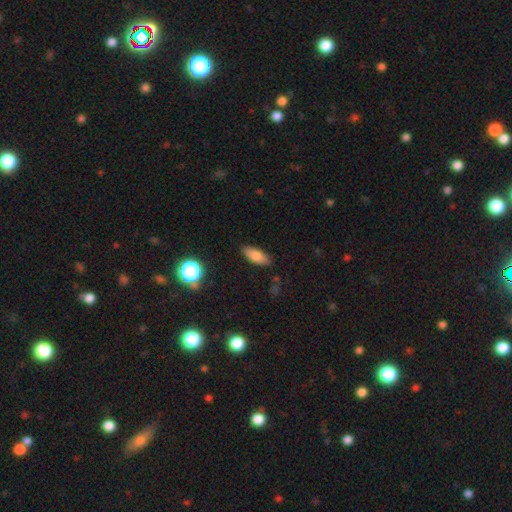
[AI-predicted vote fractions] Morphology: type=smooth (78%); roundness=in between (74%); merging=none (85%).